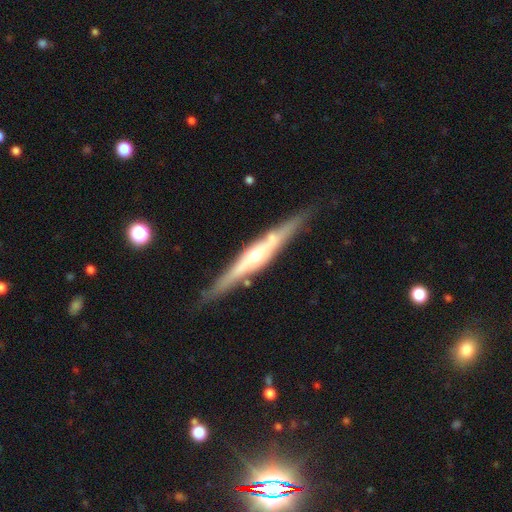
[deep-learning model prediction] A featured or disk galaxy (80%) viewed edge-on (95%) with a rounded central bulge (66%). Merging: none (85%).